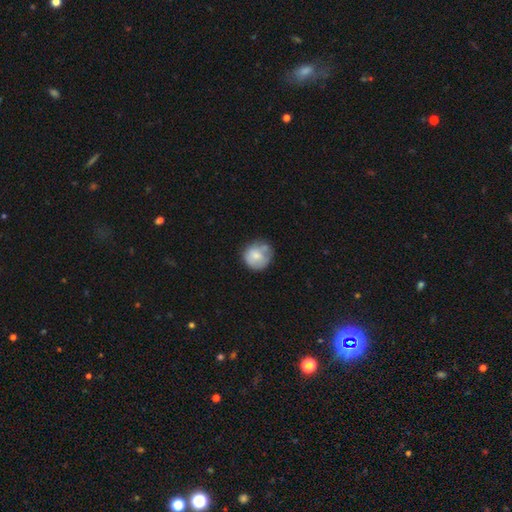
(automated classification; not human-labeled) Smooth or featured? smooth (70%)
How rounded? round (87%)
Merging? none (55%)